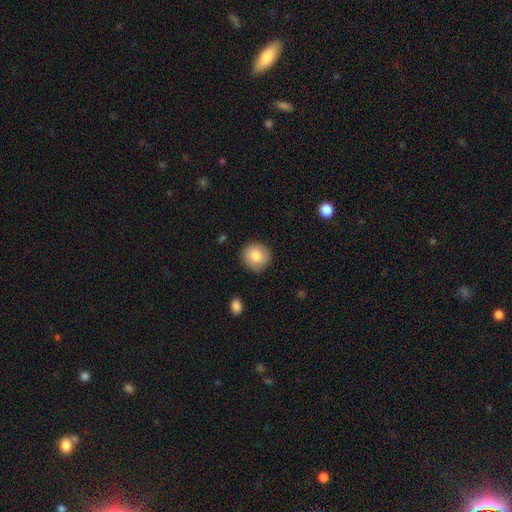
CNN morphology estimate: smooth-or-featured: smooth: 81% | featured or disk: 11% | star or artifact: 8%
  how-rounded: round: 92% | in between: 7% | cigar-shaped: 1%
  merging: none: 85% | minor disturbance: 11% | major disturbance: 2% | merger: 1%